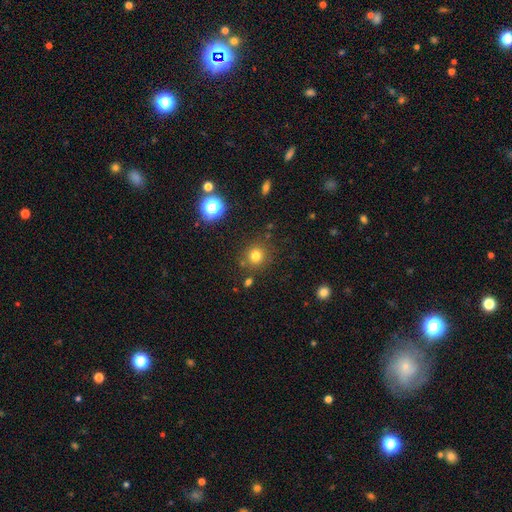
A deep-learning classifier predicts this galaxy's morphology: This is likely a smooth galaxy (76%). How rounded: clearly round (91%). Merging: clearly none (83%).